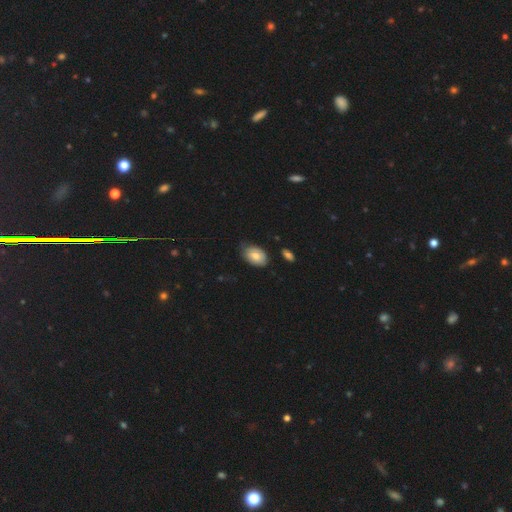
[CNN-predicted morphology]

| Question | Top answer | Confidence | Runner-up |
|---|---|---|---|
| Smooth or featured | smooth | 70% | featured or disk (22%) |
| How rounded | in between | 87% | round (12%) |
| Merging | none | 60% | minor disturbance (31%) |